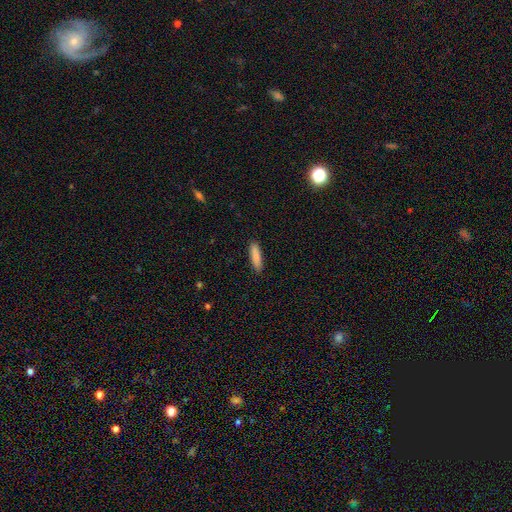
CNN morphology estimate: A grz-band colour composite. It shows a smooth galaxy with no disk features (88%) that is cigar-shaped (74%). Merging: none (90%).